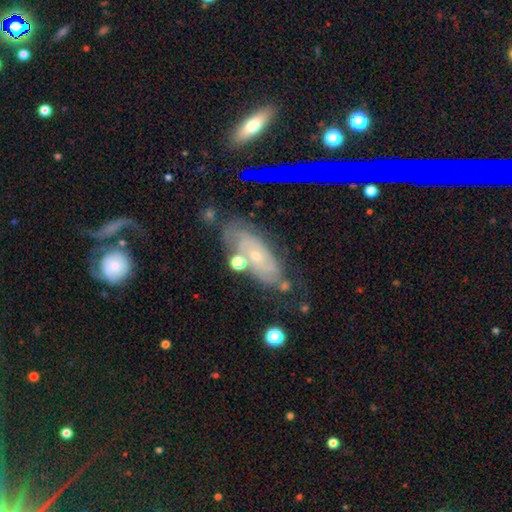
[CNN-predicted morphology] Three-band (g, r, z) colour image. It shows a featured or disk galaxy (58%). Merging: none (65%).